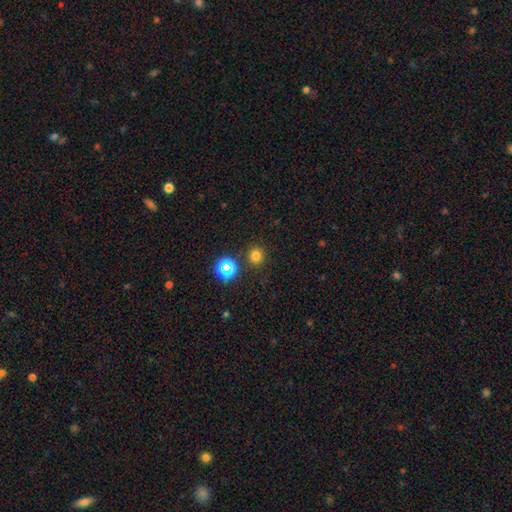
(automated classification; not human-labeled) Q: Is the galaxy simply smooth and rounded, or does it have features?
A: smooth — 74%.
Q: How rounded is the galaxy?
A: round — 92%.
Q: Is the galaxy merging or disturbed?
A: none — 87%.